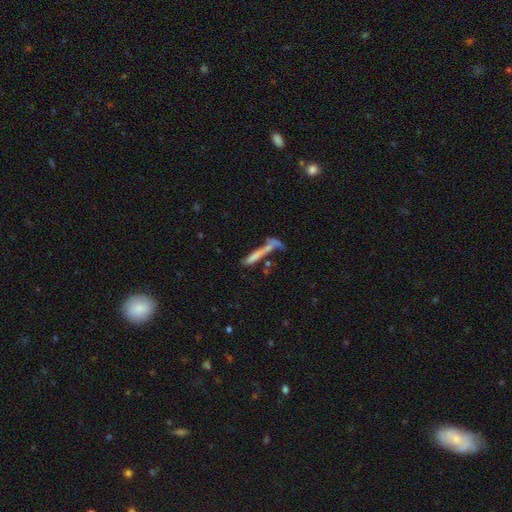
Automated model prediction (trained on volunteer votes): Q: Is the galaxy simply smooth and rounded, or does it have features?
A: smooth — 55%.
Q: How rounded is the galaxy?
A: cigar-shaped — 90%.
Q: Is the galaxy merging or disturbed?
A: none — 41%.